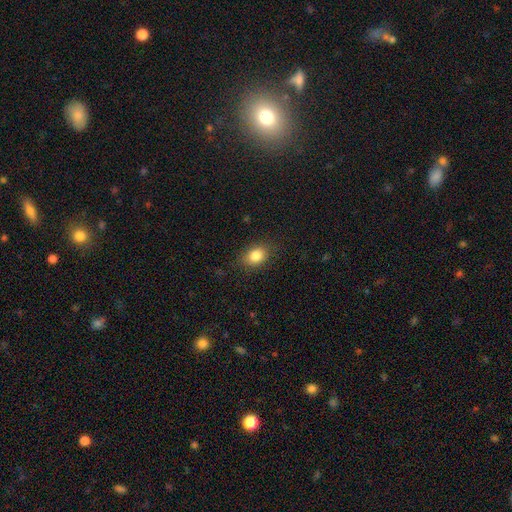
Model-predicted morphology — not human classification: smooth 84%, star or artifact 10%, featured or disk 7%. Down the decision tree: how rounded — in between (64%); merging — none (83%).